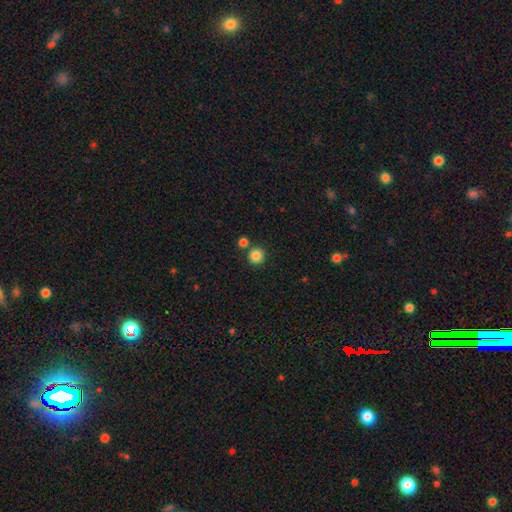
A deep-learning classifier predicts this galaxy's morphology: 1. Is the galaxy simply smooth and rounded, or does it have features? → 85% smooth, 10% star or artifact, 4% featured or disk.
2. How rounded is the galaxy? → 94% round, 5% in between, 1% cigar-shaped.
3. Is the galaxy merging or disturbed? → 79% none, 11% merger, 7% minor disturbance, 2% major disturbance.